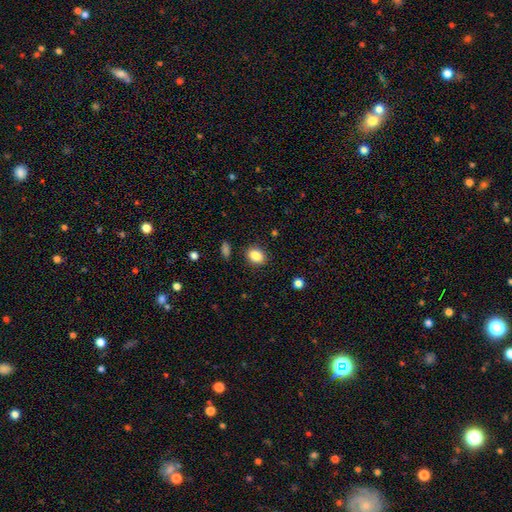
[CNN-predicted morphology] The model was most divided on "how rounded": in between: 60%, round: 39%, cigar-shaped: 1%. More confident: merging — none (88%); smooth or featured — smooth (87%).